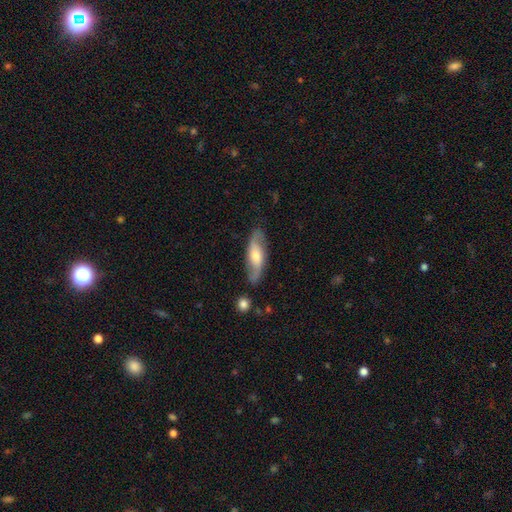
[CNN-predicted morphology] Smooth or featured? Predicted: featured or disk (p=0.64). Edge-on disk? Predicted: no (p=0.80). Bar? Predicted: no (p=0.48). Spiral arms? Predicted: yes (p=0.88). Bulge size? Predicted: moderate (p=0.59). Merging? Predicted: none (p=0.81).